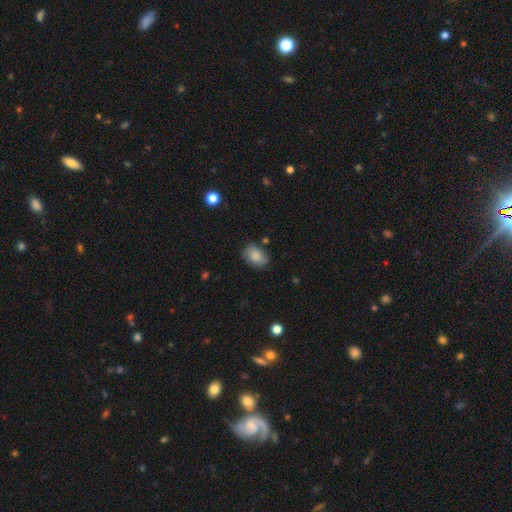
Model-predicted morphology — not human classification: A smooth galaxy with no disk features (79%) that is in between round and cigar-shaped (80%). Merging: none (74%).